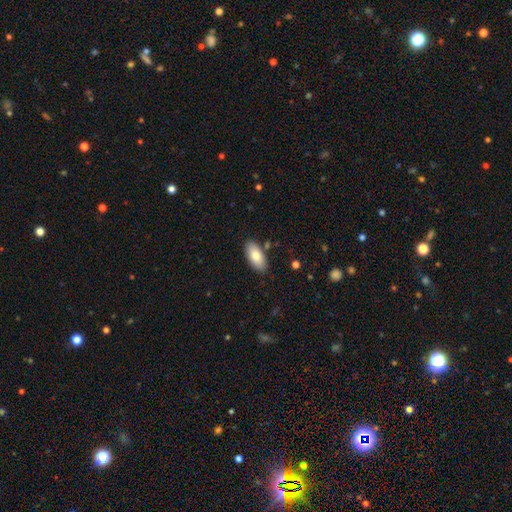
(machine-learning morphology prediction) The model was most divided on "smooth or featured": smooth: 80%, featured or disk: 14%, star or artifact: 6%. More confident: how rounded — in between (91%); merging — none (85%).